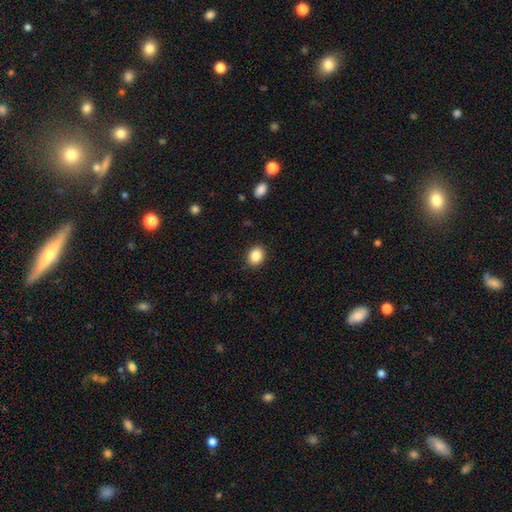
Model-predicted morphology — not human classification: This is clearly a smooth galaxy (86%). How rounded: possibly round (55%). Merging: clearly none (89%).